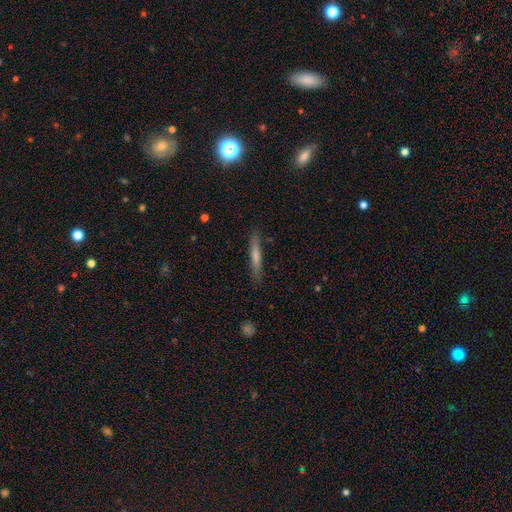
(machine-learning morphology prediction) Q: Smooth or featured?
A: smooth (67%); runner-up: featured or disk (27%)
Q: How rounded?
A: cigar-shaped (94%); runner-up: in between (5%)
Q: Merging?
A: none (86%); runner-up: minor disturbance (11%)